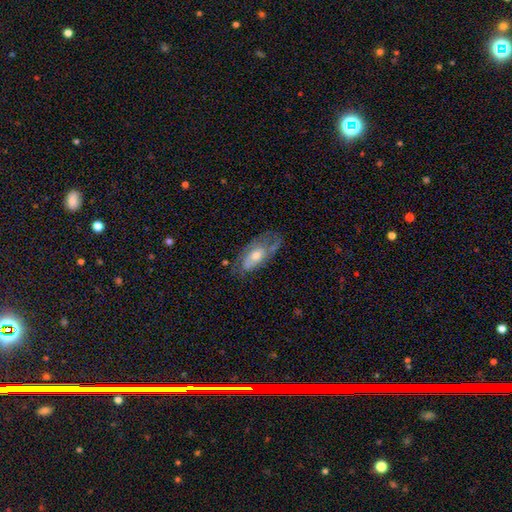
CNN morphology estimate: Smooth or featured?
  - featured or disk: 55% *
  - smooth: 38%
  - star or artifact: 7%
Edge-on disk?
  - no: 85% *
  - yes: 15%
Merging?
  - none: 51% *
  - minor disturbance: 28%
  - major disturbance: 18%
  - merger: 3%